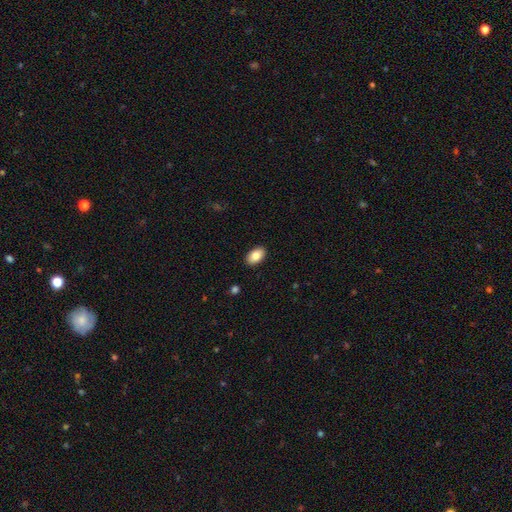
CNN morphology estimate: type=smooth (84%); roundness=in between (93%); merging=none (90%).